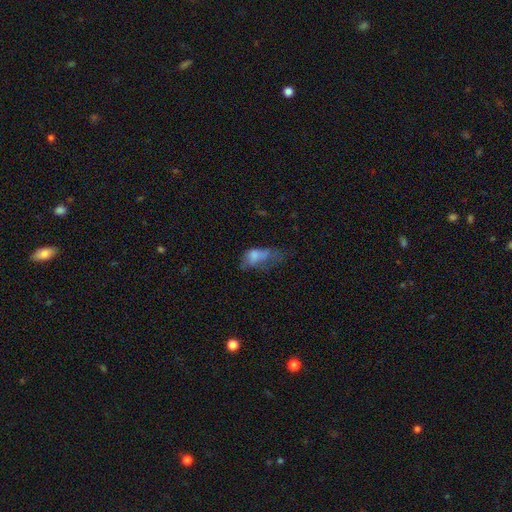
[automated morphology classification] Smooth or featured? smooth (64%)
How rounded? in between (85%)
Merging? major disturbance (52%)